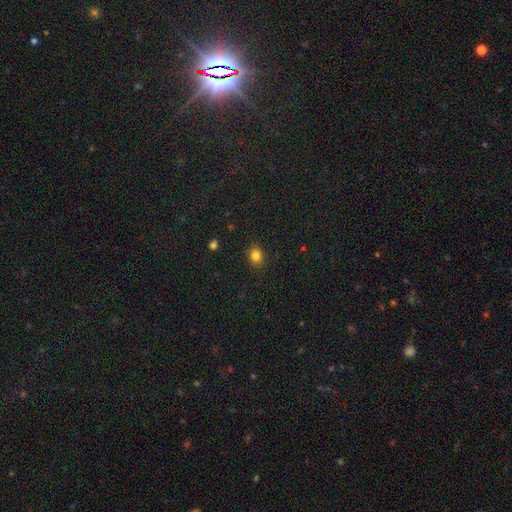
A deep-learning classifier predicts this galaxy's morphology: smooth 83%, star or artifact 12%, featured or disk 4%. Down the decision tree: how rounded — round (63%); merging — none (88%).